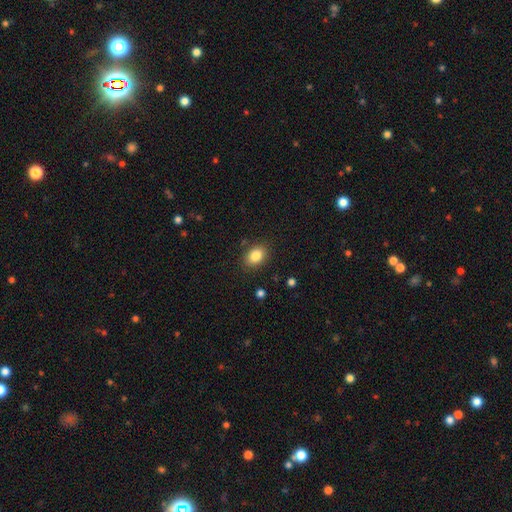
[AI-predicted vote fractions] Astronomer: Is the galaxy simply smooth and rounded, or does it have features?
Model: smooth — 84%.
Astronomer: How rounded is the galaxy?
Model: in between — 74%.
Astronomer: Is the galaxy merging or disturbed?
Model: none — 85%.